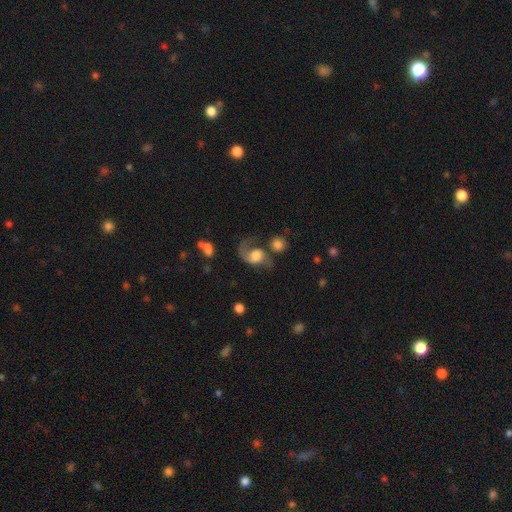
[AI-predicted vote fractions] Smooth or featured: featured or disk — 65% (smooth — 27%)
Edge-on disk: no — 97% (yes — 3%)
Bar: no — 65% (weak — 29%)
Spiral arms: yes — 90% (no — 10%)
Spiral winding: loose — 66% (medium — 27%)
Spiral arm count: 2 — 64% (1 — 31%)
Bulge size: large — 40% (moderate — 37%)
Merging: none — 37% (major disturbance — 31%)